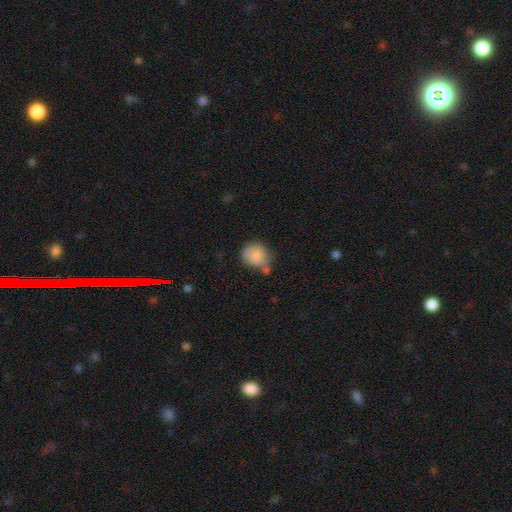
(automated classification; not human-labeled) smooth_or_featured: smooth (p=0.85) [alt: star or artifact p=0.08]
how_rounded: round (p=0.72) [alt: in between p=0.27]
merging: none (p=0.50) [alt: minor disturbance p=0.24]